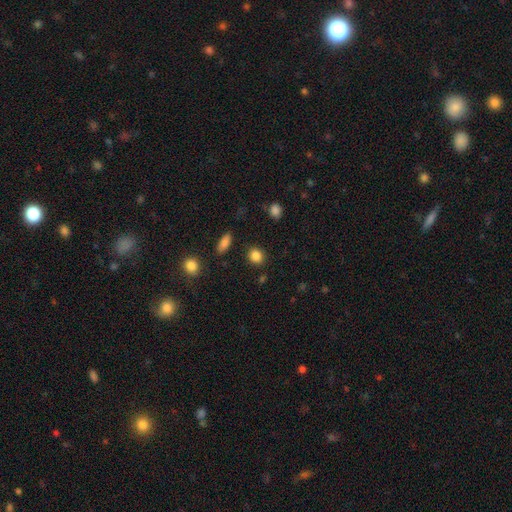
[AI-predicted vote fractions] This appears to be a smooth galaxy with no disk features (86%) that is round (77%). Merging: none (88%).